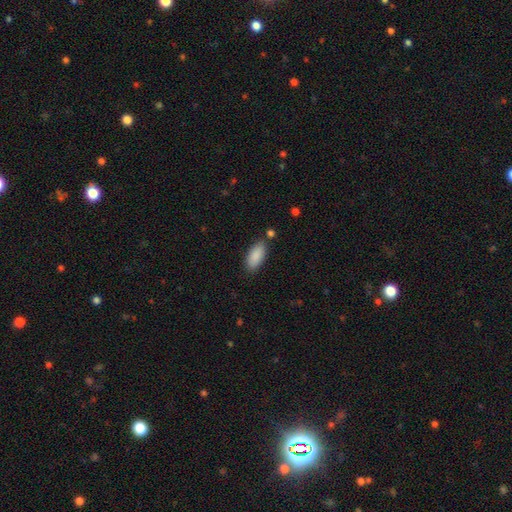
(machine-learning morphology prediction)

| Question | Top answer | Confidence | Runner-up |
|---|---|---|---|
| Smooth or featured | smooth | 89% | star or artifact (6%) |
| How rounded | in between | 88% | cigar-shaped (10%) |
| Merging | none | 80% | minor disturbance (12%) |